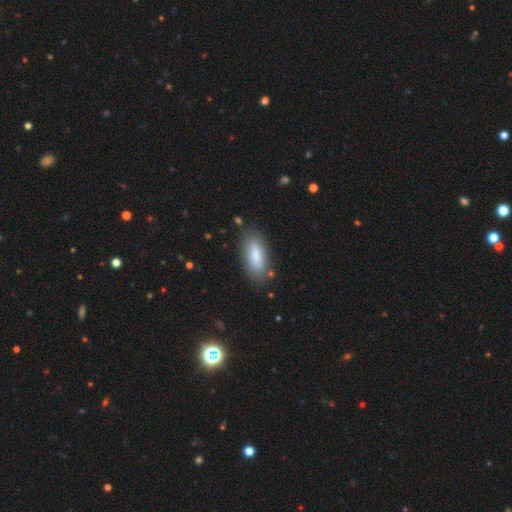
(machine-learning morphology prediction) Smooth or featured: smooth — 83% (featured or disk — 11%)
How rounded: in between — 76% (cigar-shaped — 22%)
Merging: none — 83% (minor disturbance — 12%)